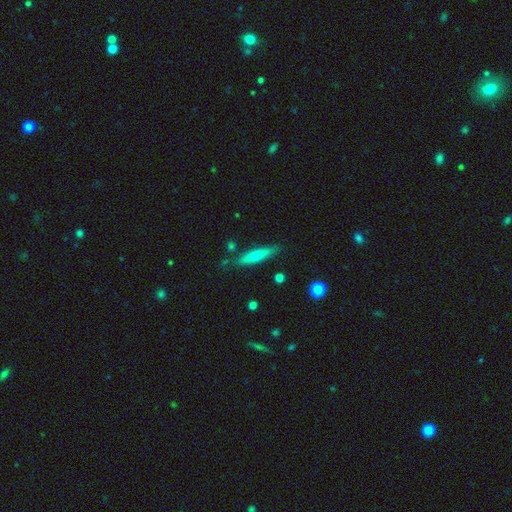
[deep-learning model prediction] smooth 64%, featured or disk 30%, star or artifact 6%. Down the decision tree: how rounded — cigar-shaped (85%); merging — none (81%).